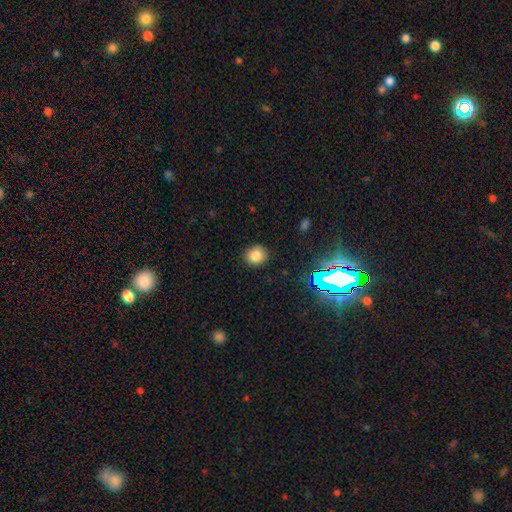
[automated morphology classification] Q: Smooth or featured?
A: smooth (81%); runner-up: star or artifact (13%)
Q: How rounded?
A: round (78%); runner-up: in between (21%)
Q: Merging?
A: none (90%); runner-up: minor disturbance (7%)